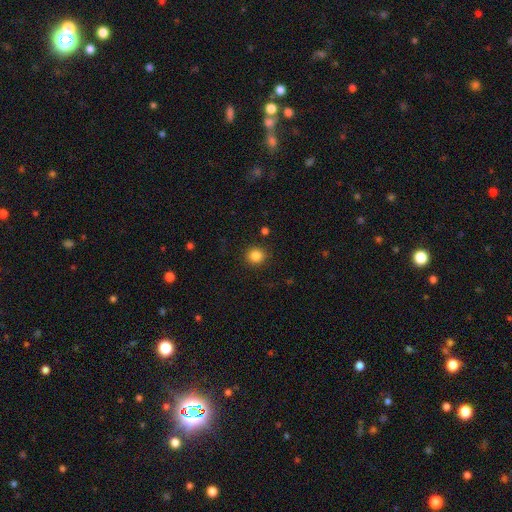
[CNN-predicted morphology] The model was most divided on "smooth or featured": smooth: 85%, star or artifact: 11%, featured or disk: 4%. More confident: merging — none (90%); how rounded — round (88%).